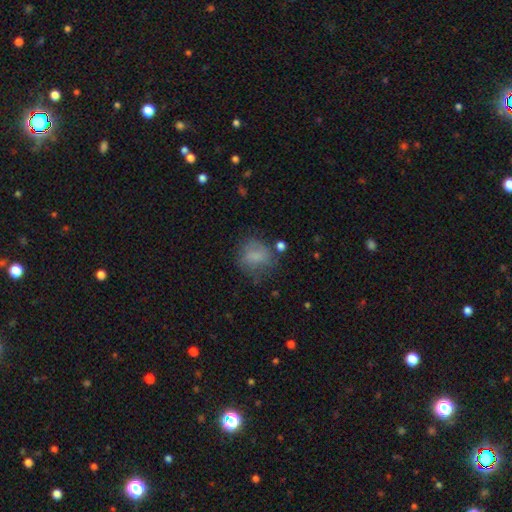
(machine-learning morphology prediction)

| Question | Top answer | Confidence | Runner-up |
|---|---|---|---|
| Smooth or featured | smooth | 70% | featured or disk (18%) |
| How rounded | round | 66% | in between (33%) |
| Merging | none | 58% | minor disturbance (24%) |